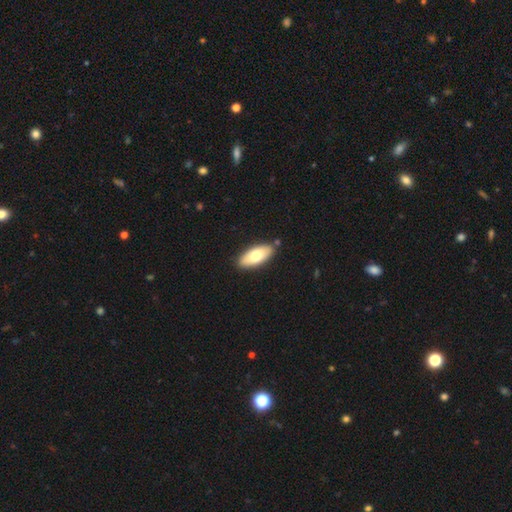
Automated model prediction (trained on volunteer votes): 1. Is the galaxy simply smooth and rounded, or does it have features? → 73% smooth, 22% featured or disk, 6% star or artifact.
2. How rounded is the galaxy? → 83% in between, 15% cigar-shaped, 2% round.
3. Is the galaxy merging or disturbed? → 85% none, 10% minor disturbance, 3% merger, 2% major disturbance.